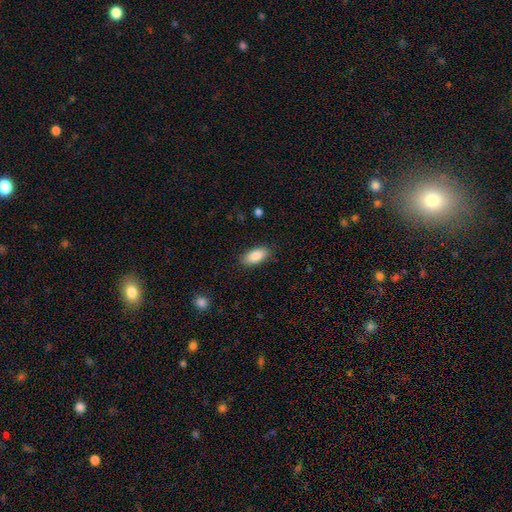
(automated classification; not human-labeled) smooth-or-featured: smooth: 88% | star or artifact: 6% | featured or disk: 6%
  how-rounded: in between: 91% | cigar-shaped: 7% | round: 3%
  merging: none: 85% | minor disturbance: 11% | major disturbance: 3% | merger: 1%